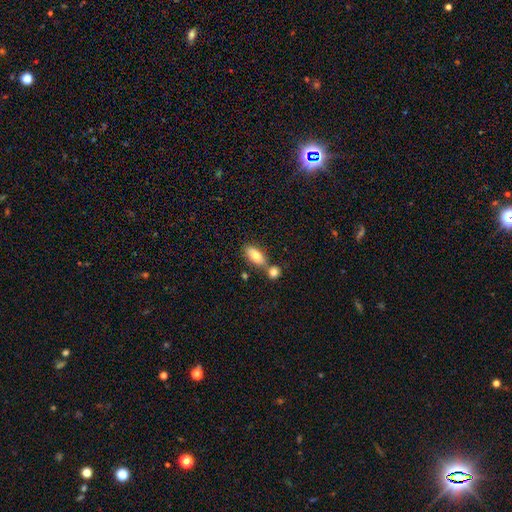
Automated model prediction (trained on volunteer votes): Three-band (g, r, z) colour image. It shows a smooth galaxy with no disk features (76%) that is in between round and cigar-shaped (88%). Merging: none (57%).